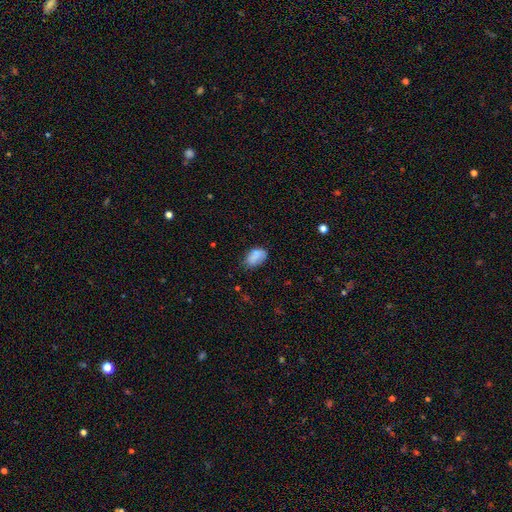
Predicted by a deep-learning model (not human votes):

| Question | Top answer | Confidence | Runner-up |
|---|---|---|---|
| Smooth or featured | smooth | 79% | featured or disk (12%) |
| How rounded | in between | 88% | round (10%) |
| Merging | none | 57% | minor disturbance (27%) |